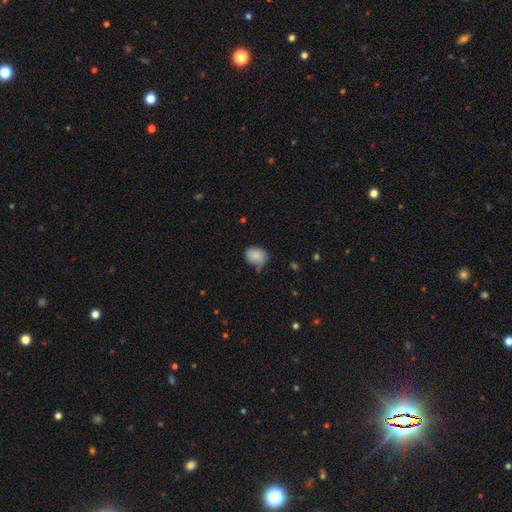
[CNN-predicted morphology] Smooth or featured: smooth — 83% (featured or disk — 9%)
How rounded: round — 55% (in between — 44%)
Merging: none — 56% (minor disturbance — 32%)